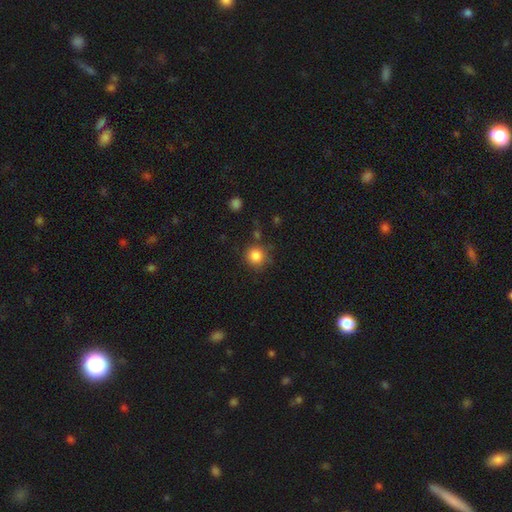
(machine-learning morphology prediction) This appears to be a smooth galaxy with no disk features (84%) that is round (93%). Merging: none (80%).